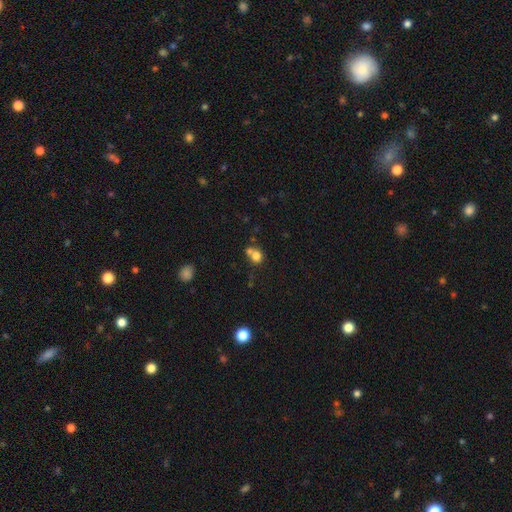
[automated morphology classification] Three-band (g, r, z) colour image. It shows a smooth galaxy with no disk features (77%) that is round (76%). Merging: merger (44%).